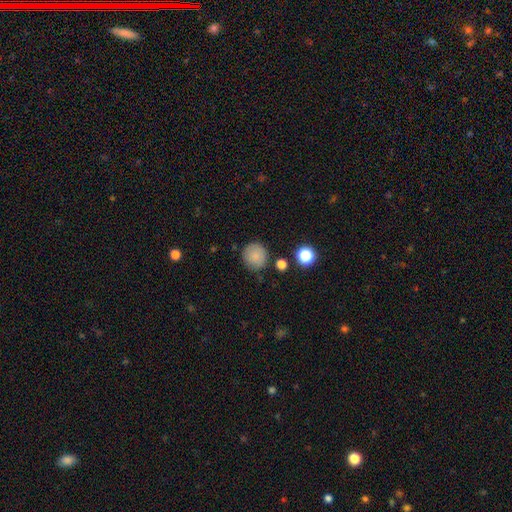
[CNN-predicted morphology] Smooth or featured? Predicted: smooth (p=0.83). How rounded? Predicted: round (p=0.92). Merging? Predicted: none (p=0.82).